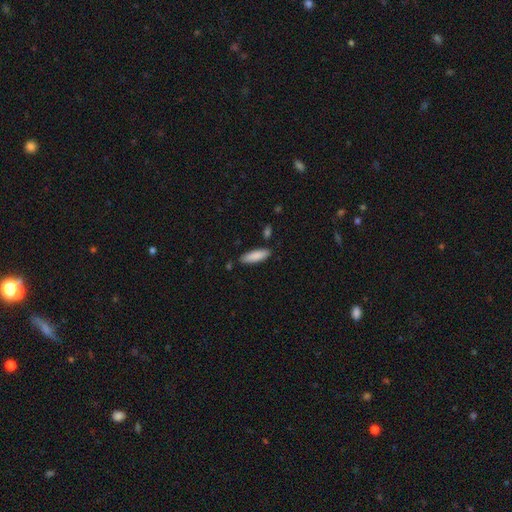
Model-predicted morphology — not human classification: This appears to be a smooth galaxy with no disk features (87%) that is cigar-shaped (49%, tied with in between). Merging: none (84%).